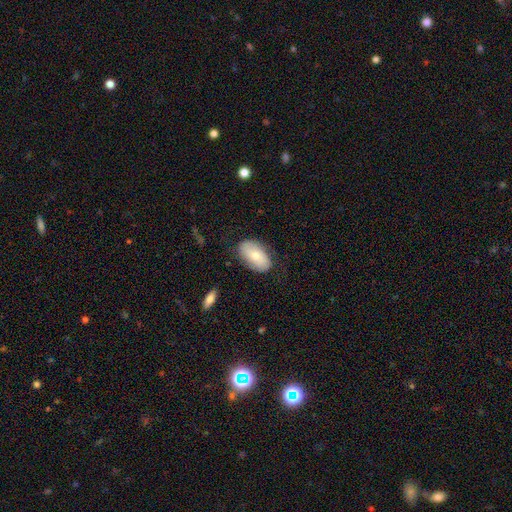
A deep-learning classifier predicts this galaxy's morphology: smooth-or-featured: smooth: 69% | featured or disk: 25% | star or artifact: 6%
  how-rounded: in between: 94% | round: 4% | cigar-shaped: 2%
  merging: none: 75% | minor disturbance: 18% | major disturbance: 5% | merger: 1%